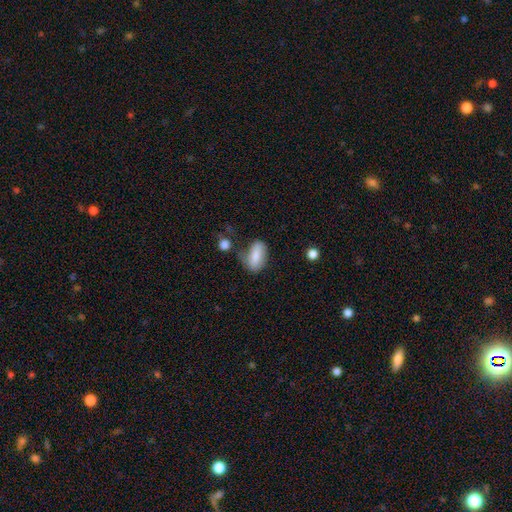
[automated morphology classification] smooth 73%, featured or disk 20%, star or artifact 7%. Down the decision tree: how rounded — in between (88%); merging — none (51%).